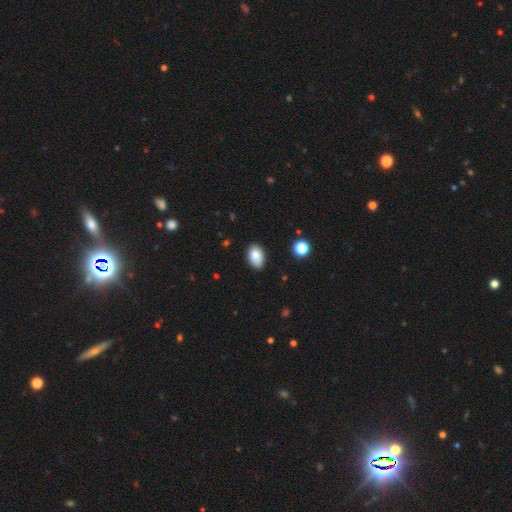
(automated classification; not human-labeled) Morphology: type=smooth (86%); roundness=in between (91%); merging=none (84%).